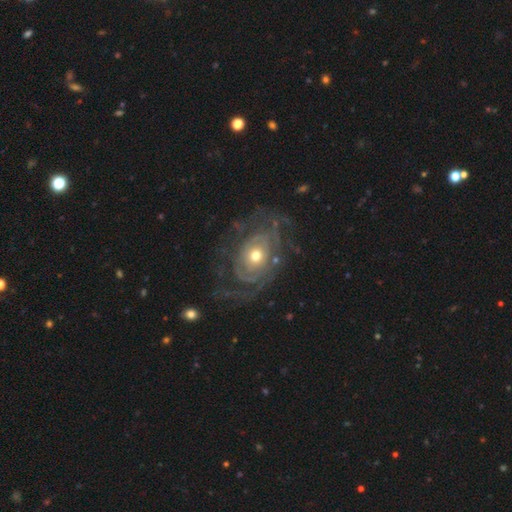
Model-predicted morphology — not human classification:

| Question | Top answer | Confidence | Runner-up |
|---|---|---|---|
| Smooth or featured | featured or disk | 84% | smooth (10%) |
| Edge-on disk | no | 96% | yes (4%) |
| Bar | no | 84% | weak (12%) |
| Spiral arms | yes | 86% | no (14%) |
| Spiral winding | tight | 64% | medium (24%) |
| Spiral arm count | can't tell | 39% | 2 (21%) |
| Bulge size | moderate | 61% | small (32%) |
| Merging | none | 61% | major disturbance (19%) |